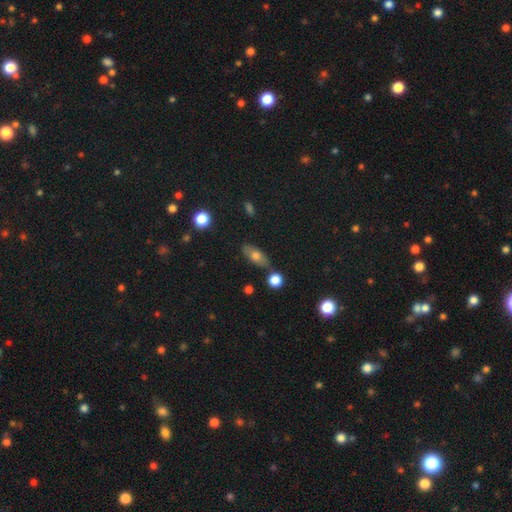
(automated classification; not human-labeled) Overall: smooth (66%). How rounded: in between (78%). Merging: none (74%).